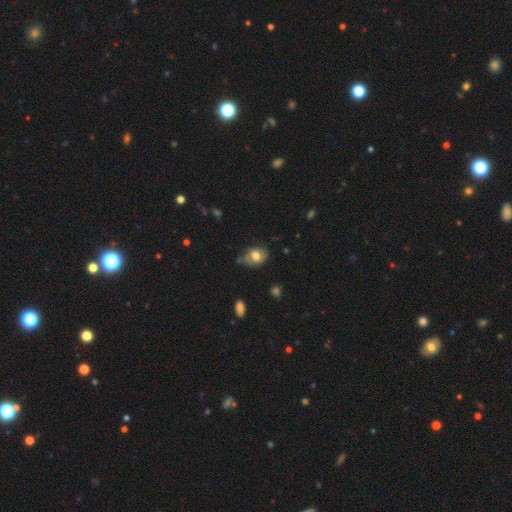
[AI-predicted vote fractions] Smooth or featured: smooth — 71% (featured or disk — 20%)
How rounded: in between — 63% (round — 36%)
Merging: none — 52% (minor disturbance — 34%)